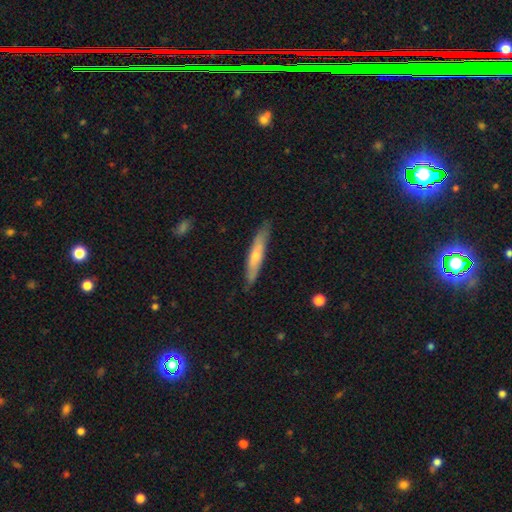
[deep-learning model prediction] A smooth galaxy with no disk features (55%) that is cigar-shaped (90%).

Vote fractions:
- Smooth or featured? smooth: 55% / featured or disk: 39% / star or artifact: 5%
- How rounded? cigar-shaped: 90% / in between: 9% / round: 1%
- Merging? none: 84% / minor disturbance: 13% / major disturbance: 2% / merger: 1%